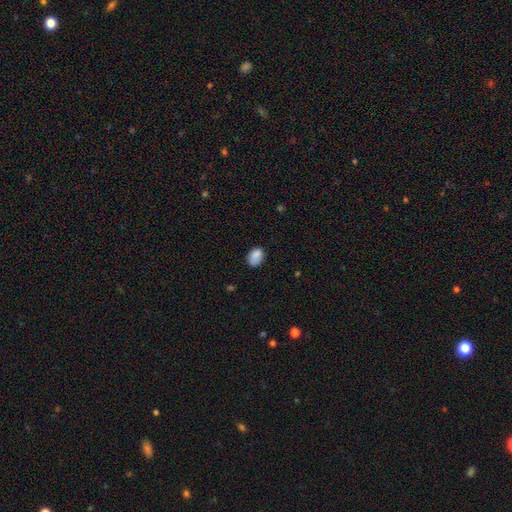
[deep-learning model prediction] The model was most divided on "merging": none: 69%, minor disturbance: 24%, major disturbance: 5%, merger: 2%. More confident: smooth or featured — smooth (85%); how rounded — in between (79%).